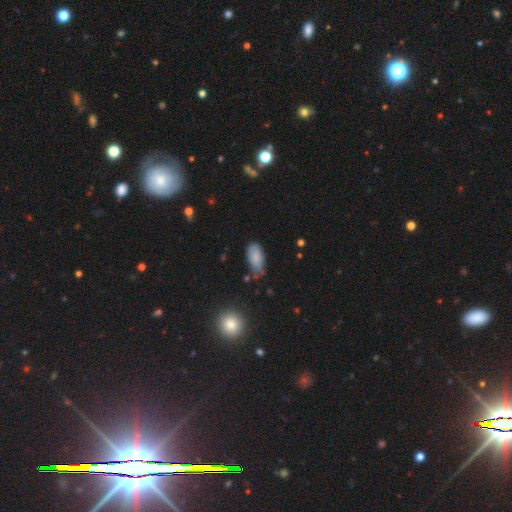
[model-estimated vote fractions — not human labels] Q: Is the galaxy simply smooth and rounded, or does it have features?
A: smooth — 82%.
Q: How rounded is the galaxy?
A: in between — 89%.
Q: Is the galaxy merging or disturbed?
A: none — 59%.